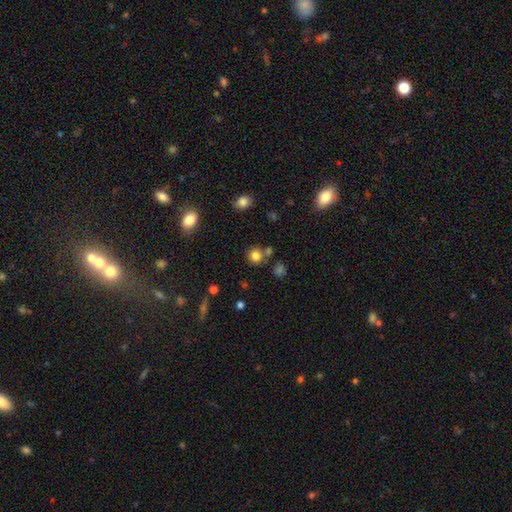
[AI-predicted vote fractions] smooth 81%, star or artifact 13%, featured or disk 6%. Down the decision tree: how rounded — round (87%); merging — none (73%).